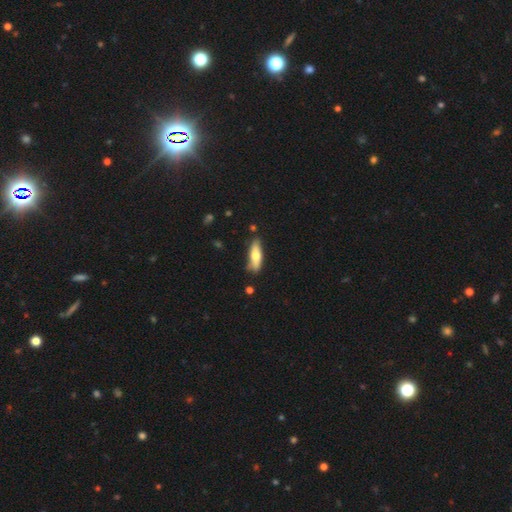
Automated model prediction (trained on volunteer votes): This is likely a smooth galaxy (62%). How rounded: possibly cigar-shaped (54%). Merging: likely none (75%).